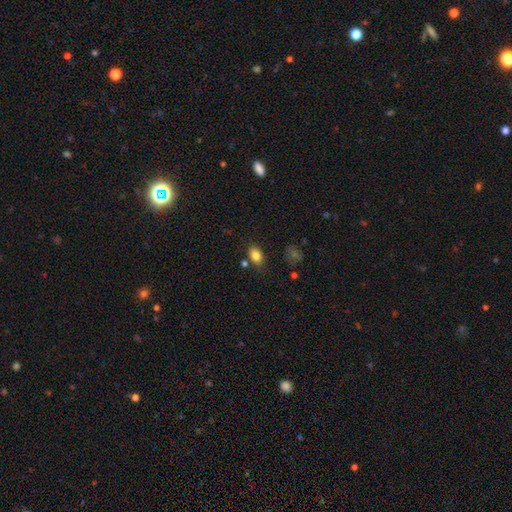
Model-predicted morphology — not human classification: type=smooth (82%); roundness=in between (85%); merging=none (74%).